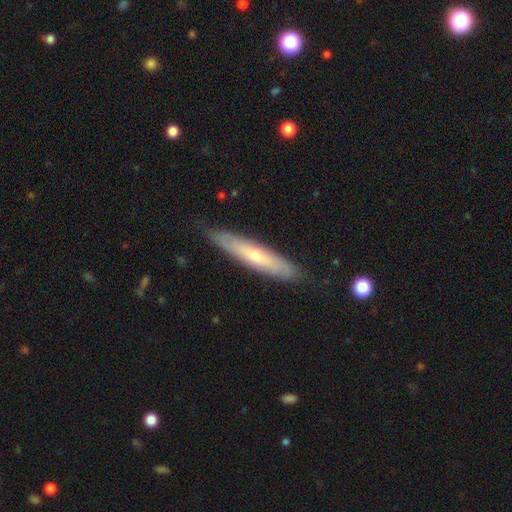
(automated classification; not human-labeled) Q: Smooth or featured?
A: smooth (49%); runner-up: featured or disk (45%)
Q: Merging?
A: none (85%); runner-up: minor disturbance (12%)